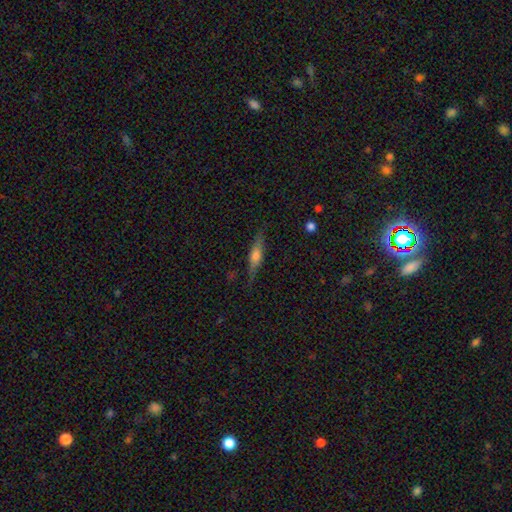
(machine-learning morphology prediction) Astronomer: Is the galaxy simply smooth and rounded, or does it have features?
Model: featured or disk — 48% (runner-up: smooth, 45%).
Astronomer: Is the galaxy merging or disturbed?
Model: none — 78%.